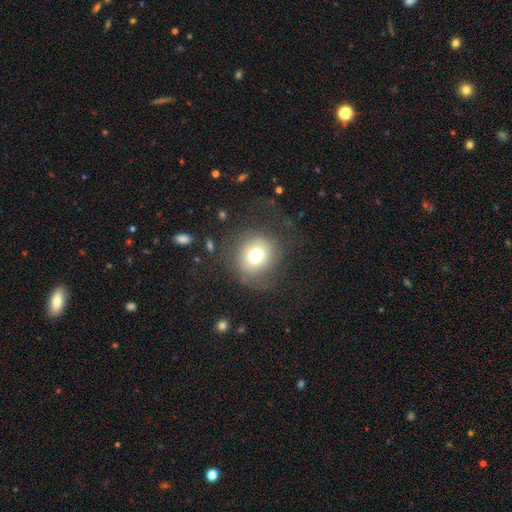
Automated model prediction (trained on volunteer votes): smooth-or-featured: smooth: 69% | featured or disk: 17% | star or artifact: 14%
  how-rounded: round: 86% | in between: 14% | cigar-shaped: 1%
  merging: none: 65% | minor disturbance: 17% | major disturbance: 16% | merger: 2%